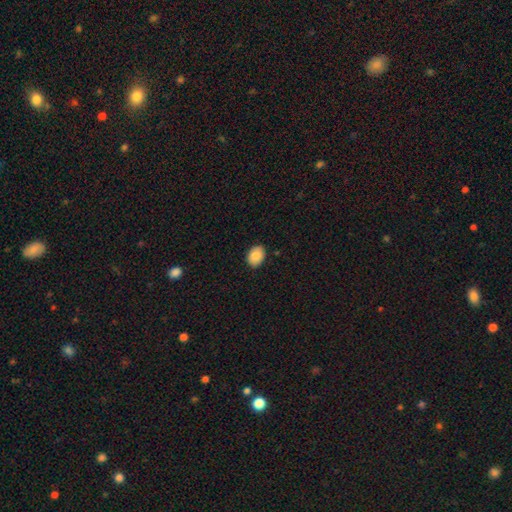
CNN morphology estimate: Smooth or featured?
  - smooth: 86% *
  - featured or disk: 7%
  - star or artifact: 7%
How rounded?
  - in between: 74% *
  - round: 25%
  - cigar-shaped: 1%
Merging?
  - none: 89% *
  - minor disturbance: 8%
  - major disturbance: 2%
  - merger: 1%